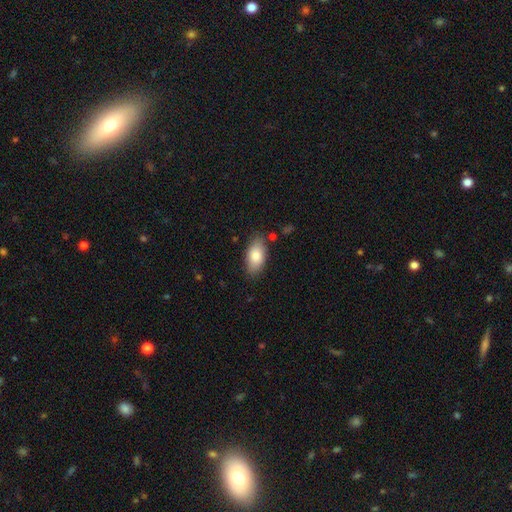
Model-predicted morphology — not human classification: A smooth galaxy with no disk features (82%) that is in between round and cigar-shaped (92%). Merging: none (79%).